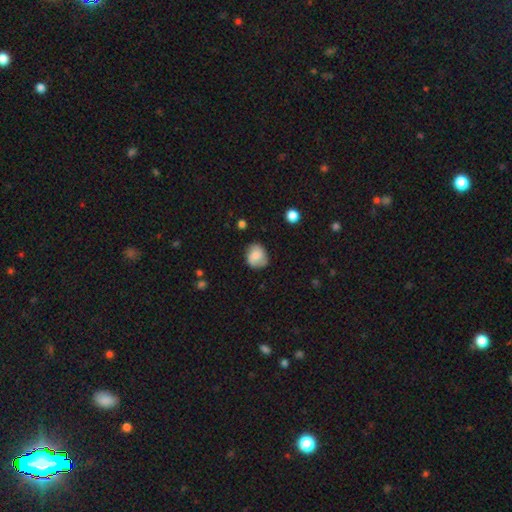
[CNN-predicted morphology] Q: Smooth or featured?
A: smooth (76%); runner-up: featured or disk (15%)
Q: How rounded?
A: round (69%); runner-up: in between (30%)
Q: Merging?
A: none (71%); runner-up: minor disturbance (23%)